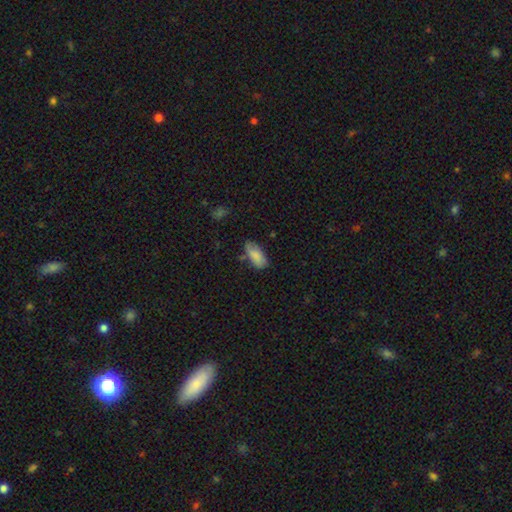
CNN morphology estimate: smooth_or_featured: smooth (p=0.83) [alt: featured or disk p=0.10]
how_rounded: in between (p=0.89) [alt: cigar-shaped p=0.09]
merging: none (p=0.62) [alt: minor disturbance p=0.28]